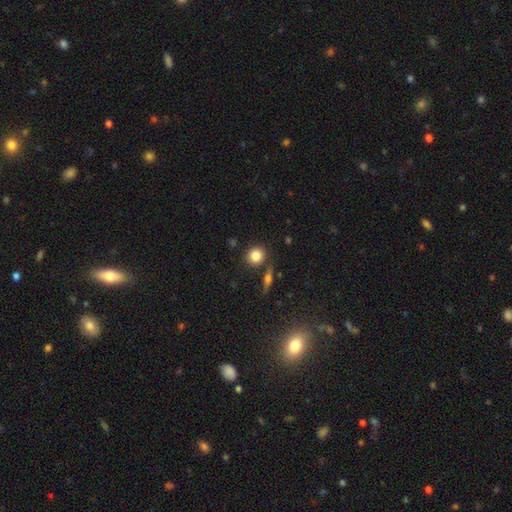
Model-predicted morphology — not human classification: Q: Smooth or featured?
A: smooth (82%); runner-up: star or artifact (9%)
Q: How rounded?
A: round (84%); runner-up: in between (14%)
Q: Merging?
A: none (81%); runner-up: minor disturbance (9%)